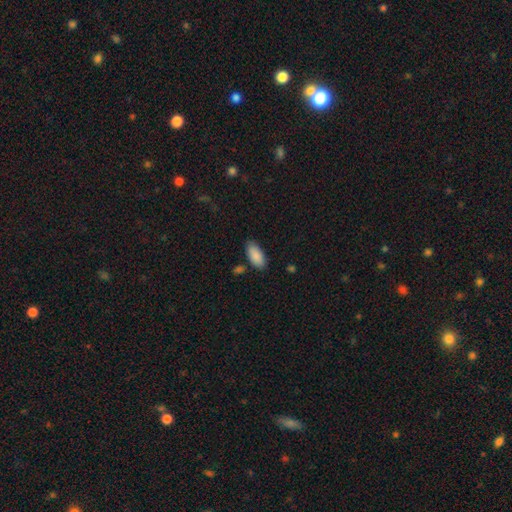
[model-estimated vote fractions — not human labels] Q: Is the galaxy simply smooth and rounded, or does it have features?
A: smooth — 90%.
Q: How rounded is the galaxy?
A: in between — 91%.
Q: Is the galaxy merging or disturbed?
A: none — 81%.